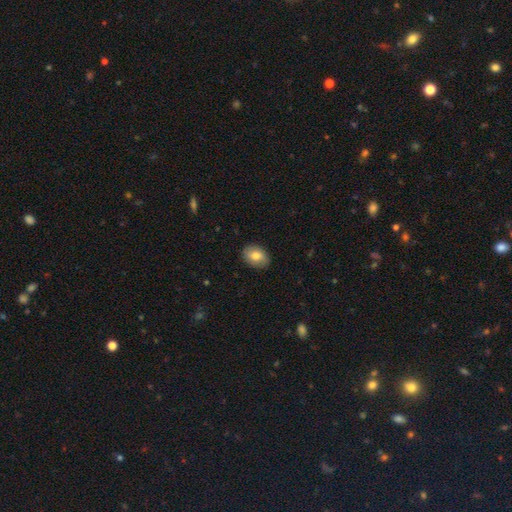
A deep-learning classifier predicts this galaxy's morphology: This is likely a smooth galaxy (79%). How rounded: likely in between (77%). Merging: clearly none (88%).